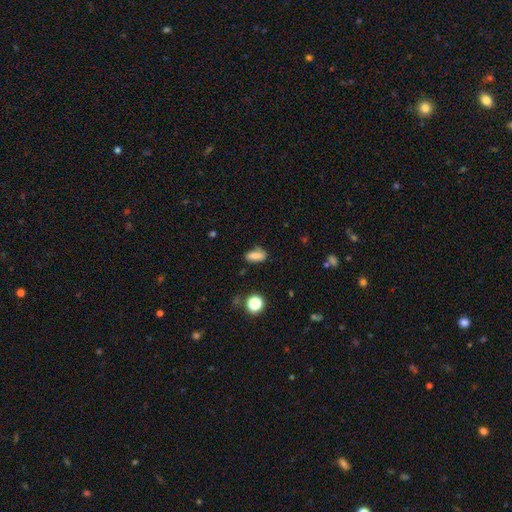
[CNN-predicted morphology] Smooth or featured?
  - smooth: 75% *
  - featured or disk: 14%
  - star or artifact: 11%
How rounded?
  - in between: 74% *
  - cigar-shaped: 19%
  - round: 7%
Merging?
  - none: 65% *
  - minor disturbance: 24%
  - major disturbance: 7%
  - merger: 4%